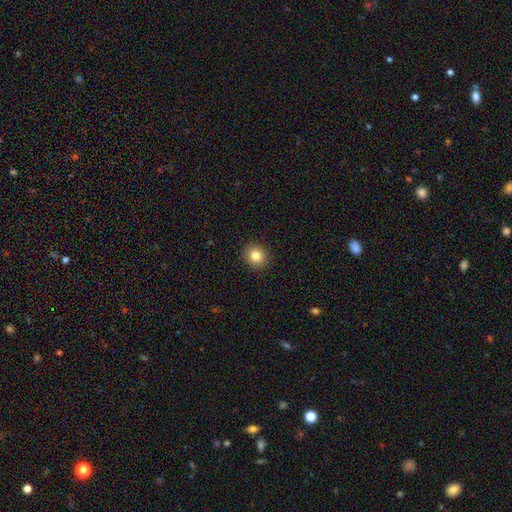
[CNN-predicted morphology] This is clearly a smooth galaxy (82%). How rounded: clearly round (86%). Merging: clearly none (92%).